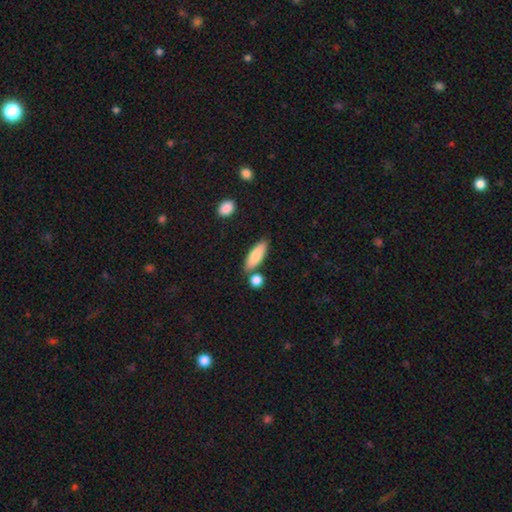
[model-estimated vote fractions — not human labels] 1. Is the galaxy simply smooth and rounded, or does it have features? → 80% smooth, 14% featured or disk, 6% star or artifact.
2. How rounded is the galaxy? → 61% in between, 37% cigar-shaped, 3% round.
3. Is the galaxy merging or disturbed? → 75% none, 12% minor disturbance, 11% merger, 3% major disturbance.